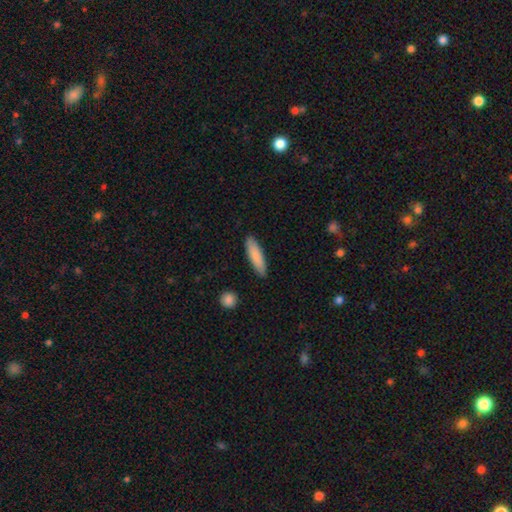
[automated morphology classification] Smooth or featured: smooth — 85% (featured or disk — 9%)
How rounded: cigar-shaped — 70% (in between — 29%)
Merging: none — 88% (minor disturbance — 9%)